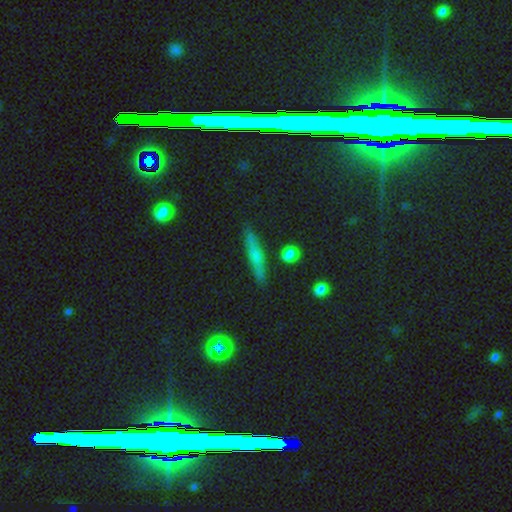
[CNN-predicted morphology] A smooth galaxy with no disk features (52%) that is cigar-shaped (85%).

Vote fractions:
- Smooth or featured? smooth: 52% / featured or disk: 34% / star or artifact: 14%
- How rounded? cigar-shaped: 85% / in between: 9% / round: 6%
- Merging? none: 87% / minor disturbance: 9% / major disturbance: 2% / merger: 2%